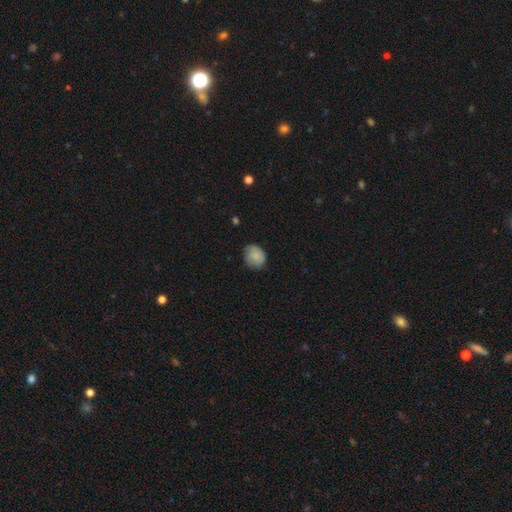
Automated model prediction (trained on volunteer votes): A smooth galaxy with no disk features (84%) that is round (67%).

Vote fractions:
- Smooth or featured? smooth: 84% / featured or disk: 8% / star or artifact: 7%
- How rounded? round: 67% / in between: 32% / cigar-shaped: 1%
- Merging? none: 68% / minor disturbance: 26% / major disturbance: 4% / merger: 1%